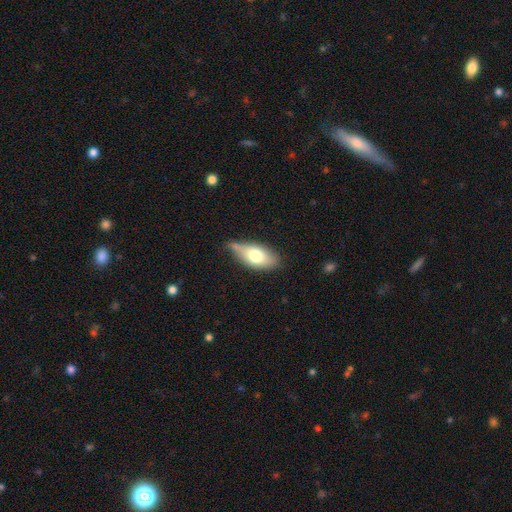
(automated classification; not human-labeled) This is likely a smooth galaxy (69%). How rounded: clearly in between (88%). Merging: possibly none (56%).